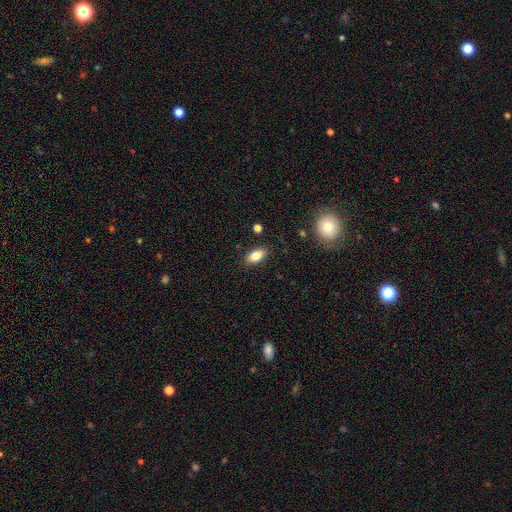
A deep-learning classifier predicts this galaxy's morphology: A smooth galaxy with no disk features (81%) that is in between round and cigar-shaped (88%). Merging: none (86%).